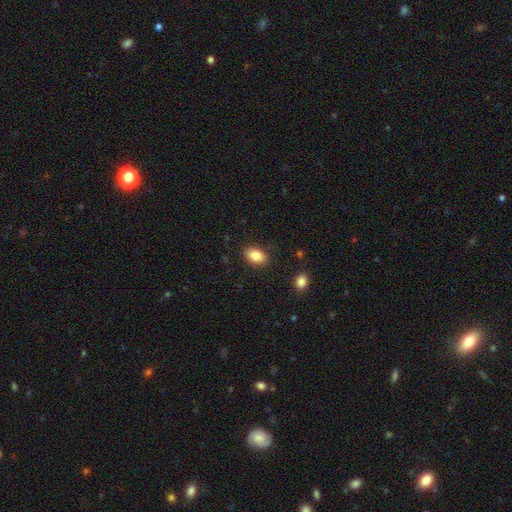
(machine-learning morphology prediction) type=smooth (85%); roundness=in between (88%); merging=none (86%).